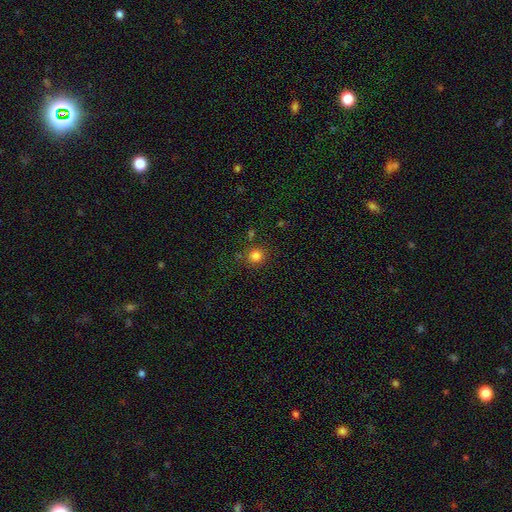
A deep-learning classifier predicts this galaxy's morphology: This appears to be a smooth galaxy with no disk features (82%) that is round (88%). Merging: none (82%).